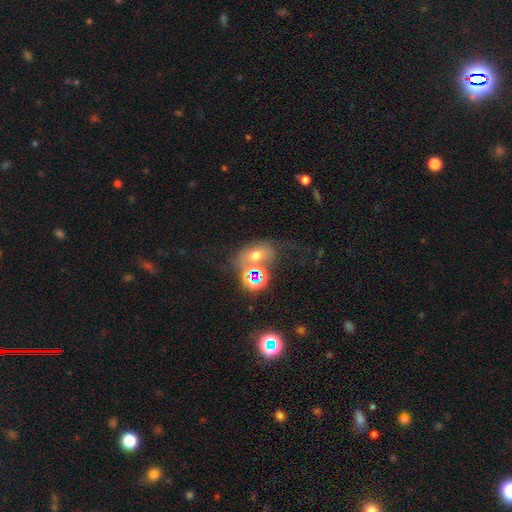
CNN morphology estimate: This appears to be a smooth galaxy with no disk features (52%) that is in between round and cigar-shaped (67%). Merging: none (42%).